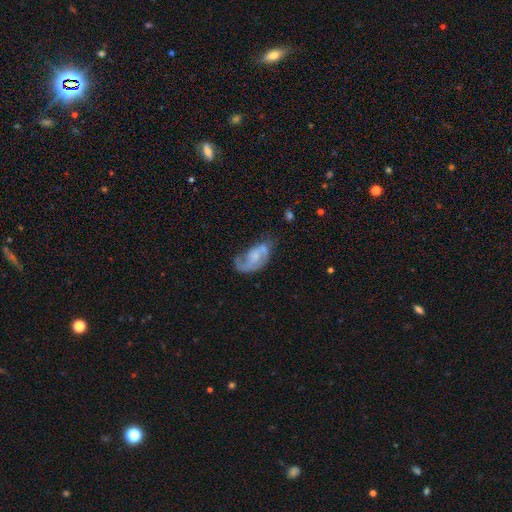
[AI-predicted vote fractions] Smooth or featured?
  - featured or disk: 71% *
  - smooth: 22%
  - star or artifact: 7%
Edge-on disk?
  - no: 96% *
  - yes: 4%
Bar?
  - no: 56% *
  - weak: 36%
  - strong: 8%
Spiral arms?
  - yes: 86% *
  - no: 14%
Spiral winding?
  - loose: 44% *
  - medium: 41%
  - tight: 15%
Spiral arm count?
  - 2: 66% *
  - 1: 21%
  - can't tell: 9%
  - 3: 2%
  - 4: 1%
  - more than 4: 1%
Bulge size?
  - small: 42% *
  - moderate: 31%
  - none: 22%
  - large: 4%
  - dominant: 1%
Merging?
  - none: 43% *
  - minor disturbance: 26%
  - major disturbance: 25%
  - merger: 6%